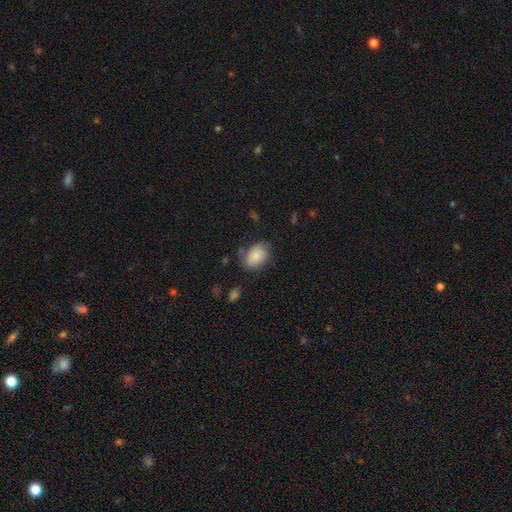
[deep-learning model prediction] Smooth or featured?
  - smooth: 76% *
  - featured or disk: 16%
  - star or artifact: 8%
How rounded?
  - in between: 76% *
  - round: 23%
  - cigar-shaped: 1%
Merging?
  - none: 62% *
  - minor disturbance: 26%
  - major disturbance: 9%
  - merger: 3%